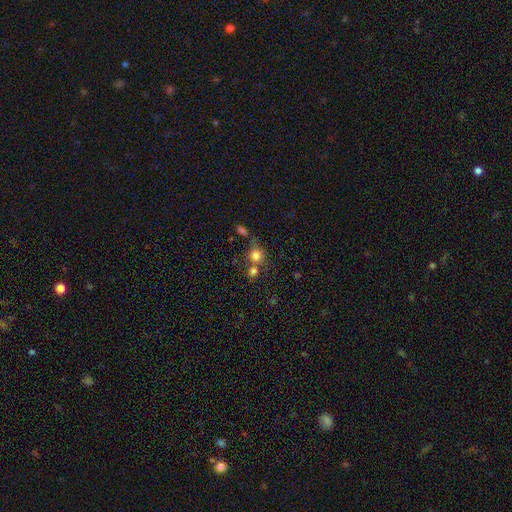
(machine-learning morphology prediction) The model was most divided on "merging": none: 52%, merger: 32%, minor disturbance: 11%, major disturbance: 5%. More confident: how rounded — round (82%); smooth or featured — smooth (78%).